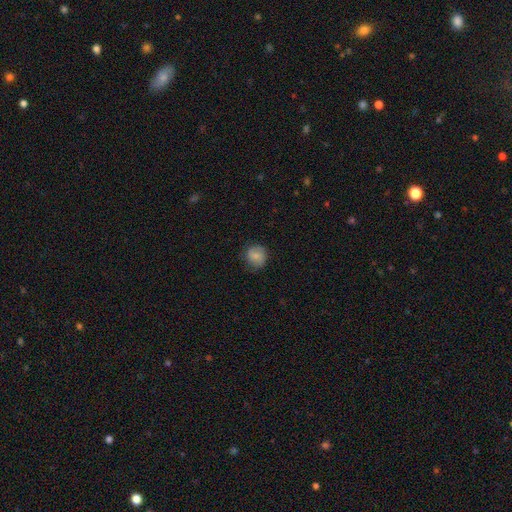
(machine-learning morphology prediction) smooth-or-featured: smooth: 74% | featured or disk: 18% | star or artifact: 8%
  how-rounded: round: 82% | in between: 17% | cigar-shaped: 1%
  merging: none: 75% | minor disturbance: 19% | major disturbance: 5% | merger: 1%